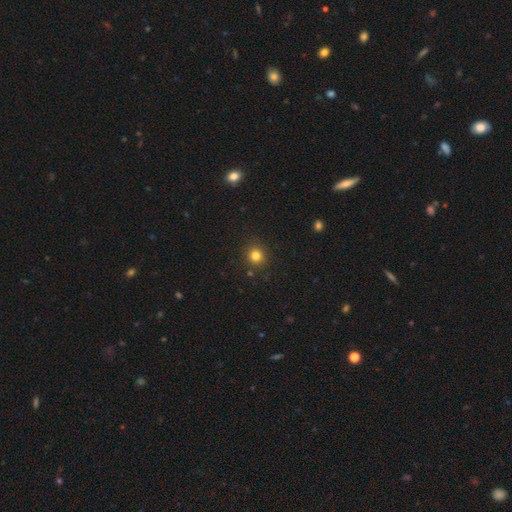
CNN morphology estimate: smooth 81%, star or artifact 14%, featured or disk 5%. Down the decision tree: how rounded — round (90%); merging — none (88%).